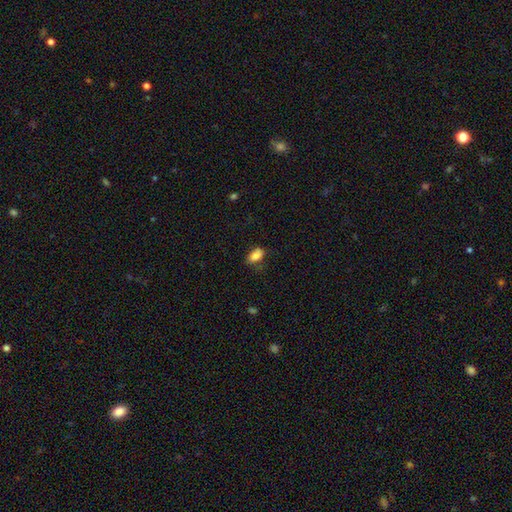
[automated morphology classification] Q: Smooth or featured?
A: smooth (81%); runner-up: featured or disk (10%)
Q: How rounded?
A: in between (87%); runner-up: round (9%)
Q: Merging?
A: none (58%); runner-up: minor disturbance (28%)